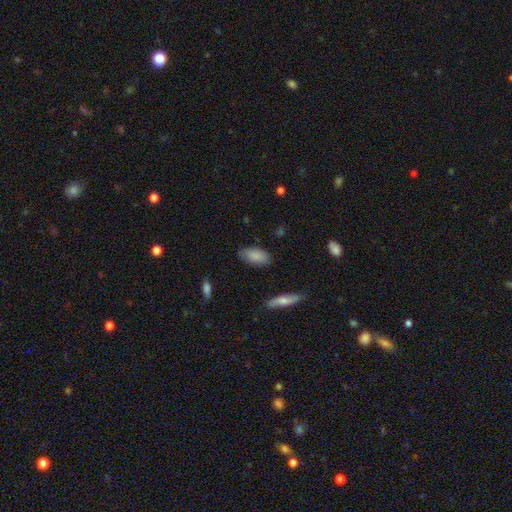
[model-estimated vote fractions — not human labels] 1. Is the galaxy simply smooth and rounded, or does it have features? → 85% smooth, 8% featured or disk, 7% star or artifact.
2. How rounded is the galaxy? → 92% in between, 6% cigar-shaped, 2% round.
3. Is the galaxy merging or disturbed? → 81% none, 15% minor disturbance, 3% major disturbance, 2% merger.